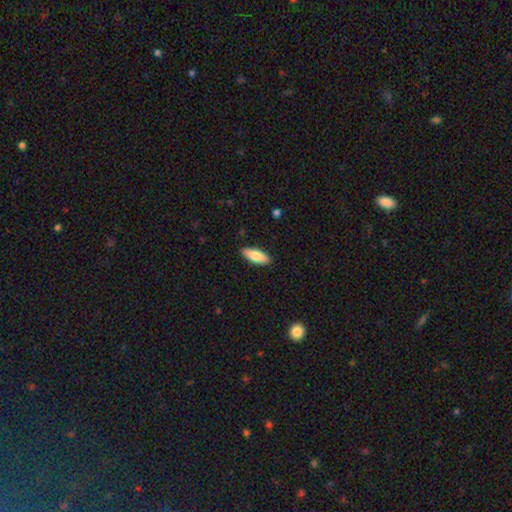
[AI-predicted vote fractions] smooth-or-featured: smooth: 80% | featured or disk: 14% | star or artifact: 6%
  how-rounded: in between: 67% | cigar-shaped: 31% | round: 2%
  merging: none: 88% | minor disturbance: 9% | major disturbance: 2% | merger: 1%